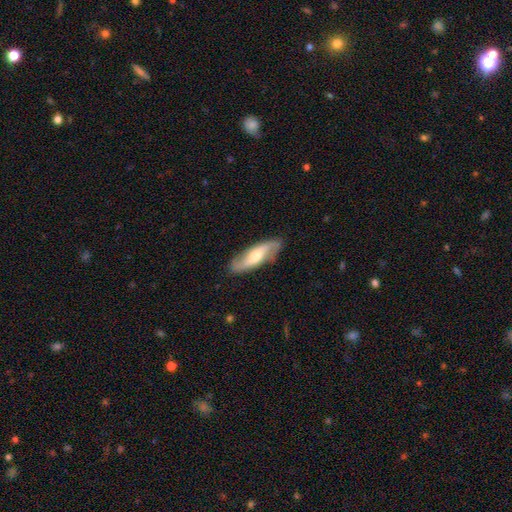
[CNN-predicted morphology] type=featured or disk (64%); edge-on=no (78%); merging=none (84%).